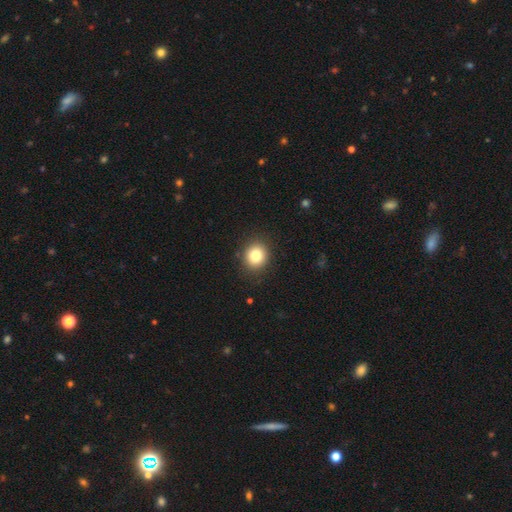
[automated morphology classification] smooth 82%, star or artifact 11%, featured or disk 7%. Down the decision tree: how rounded — round (81%); merging — none (90%).